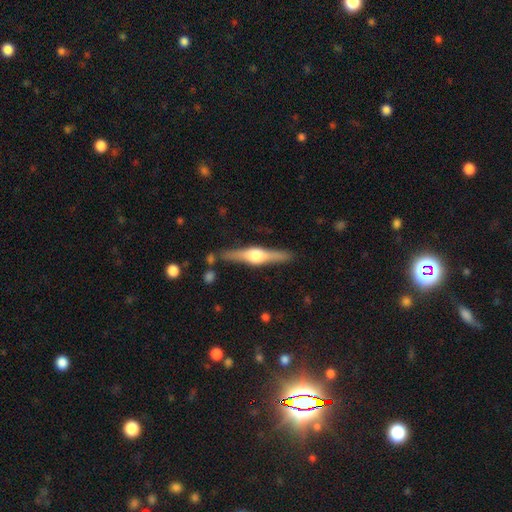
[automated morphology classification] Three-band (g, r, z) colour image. It shows a featured or disk galaxy (78%) viewed edge-on (98%) with a rounded central bulge (93%). Merging: none (86%).